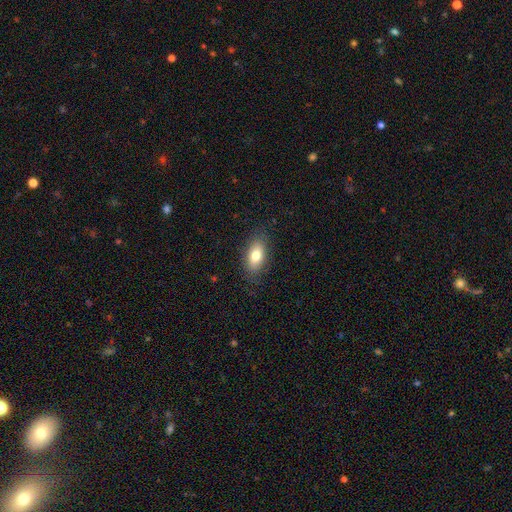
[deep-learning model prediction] A smooth galaxy with no disk features (78%) that is in between round and cigar-shaped (87%). Merging: none (85%).